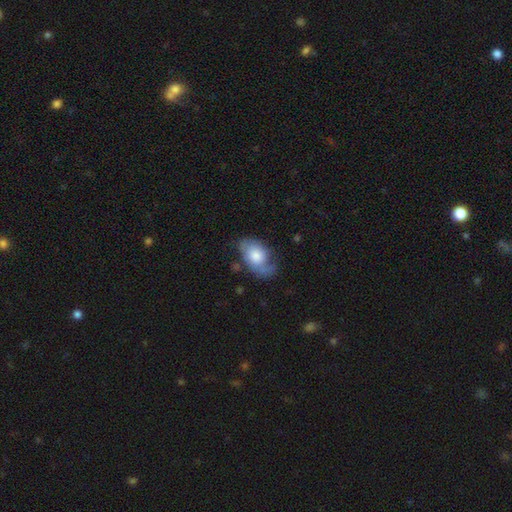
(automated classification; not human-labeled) smooth-or-featured: smooth: 52% | featured or disk: 41% | star or artifact: 7%
  how-rounded: in between: 86% | round: 12% | cigar-shaped: 2%
  merging: none: 47% | minor disturbance: 30% | major disturbance: 20% | merger: 3%